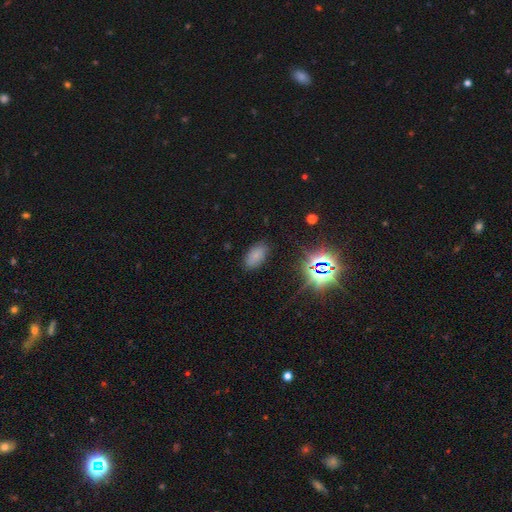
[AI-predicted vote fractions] Smooth or featured: smooth — 69% (star or artifact — 21%)
How rounded: in between — 94% (round — 4%)
Merging: none — 83% (minor disturbance — 12%)